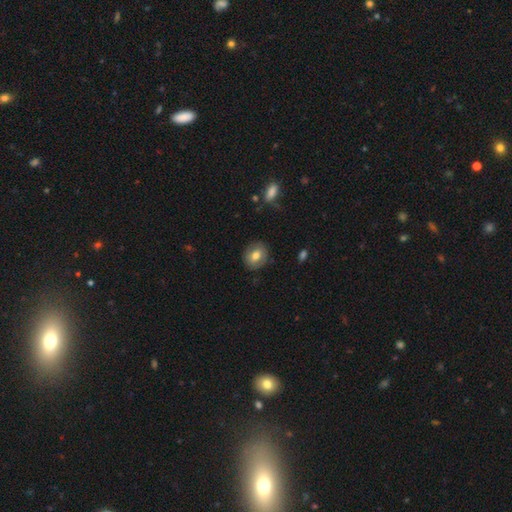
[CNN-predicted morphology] type=smooth (70%); roundness=round (64%); merging=none (84%).